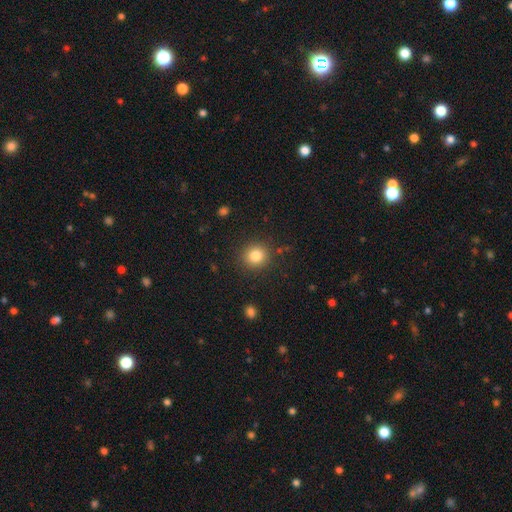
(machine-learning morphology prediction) type=smooth (82%); roundness=round (88%); merging=none (88%).